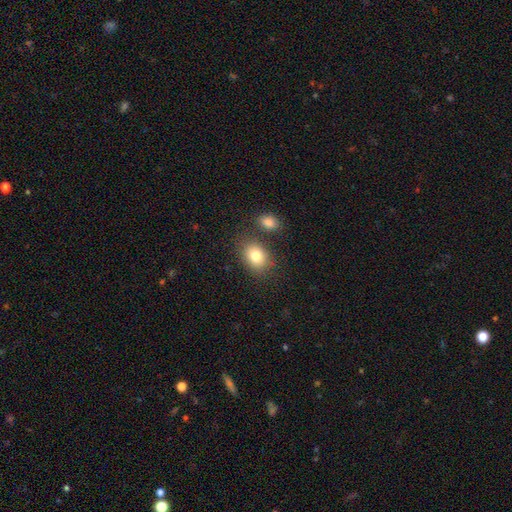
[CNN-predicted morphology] The model was most divided on "how rounded": in between: 59%, round: 40%, cigar-shaped: 1%. More confident: smooth or featured — smooth (81%); merging — none (73%).